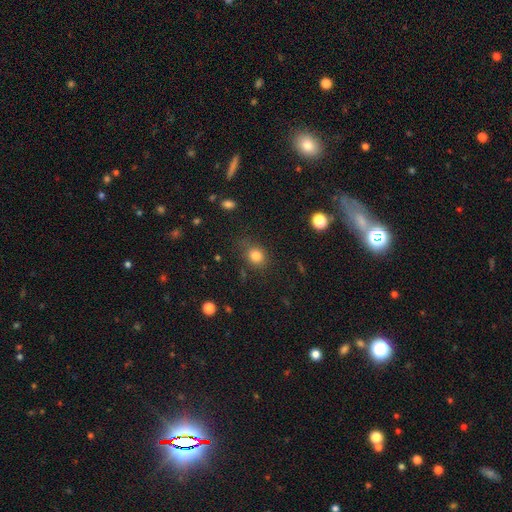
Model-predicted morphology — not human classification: smooth-or-featured: smooth: 82% | star or artifact: 12% | featured or disk: 6%
  how-rounded: round: 61% | in between: 38% | cigar-shaped: 1%
  merging: none: 75% | minor disturbance: 17% | major disturbance: 6% | merger: 2%